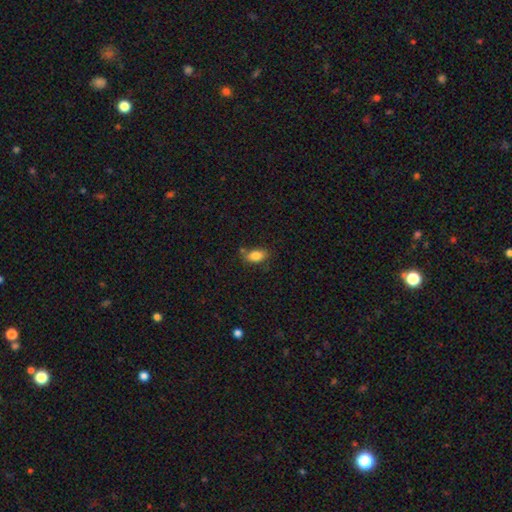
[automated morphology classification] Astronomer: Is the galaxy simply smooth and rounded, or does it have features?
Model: smooth — 83%.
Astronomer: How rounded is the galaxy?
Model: in between — 89%.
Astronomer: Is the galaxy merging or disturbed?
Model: none — 69%.